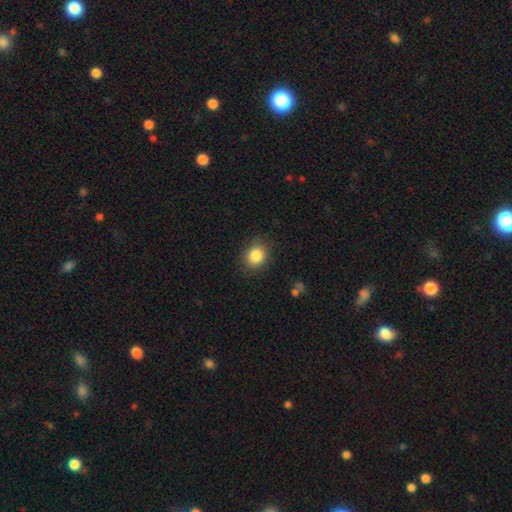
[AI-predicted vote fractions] This is clearly a smooth galaxy (86%). How rounded: likely round (66%). Merging: clearly none (84%).